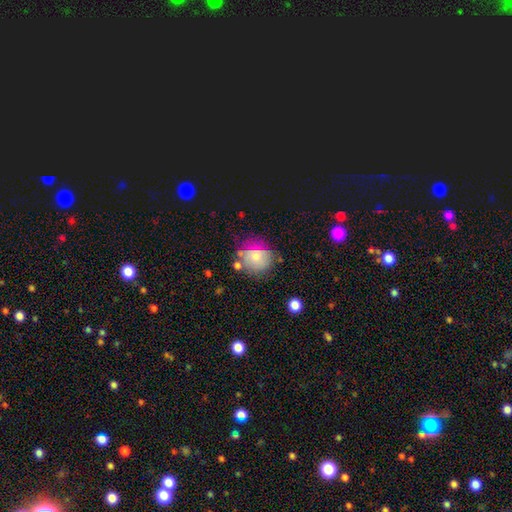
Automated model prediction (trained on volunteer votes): smooth 65%, featured or disk 24%, star or artifact 11%. Down the decision tree: how rounded — round (79%); merging — none (57%).